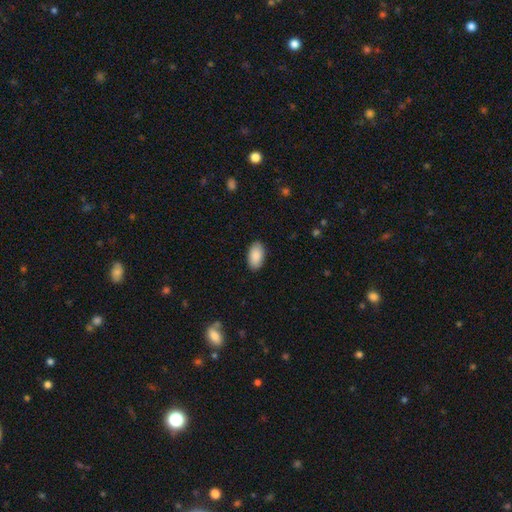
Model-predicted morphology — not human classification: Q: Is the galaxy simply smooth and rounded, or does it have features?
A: smooth — 90%.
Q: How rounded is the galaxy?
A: in between — 95%.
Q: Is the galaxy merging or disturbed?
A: none — 89%.